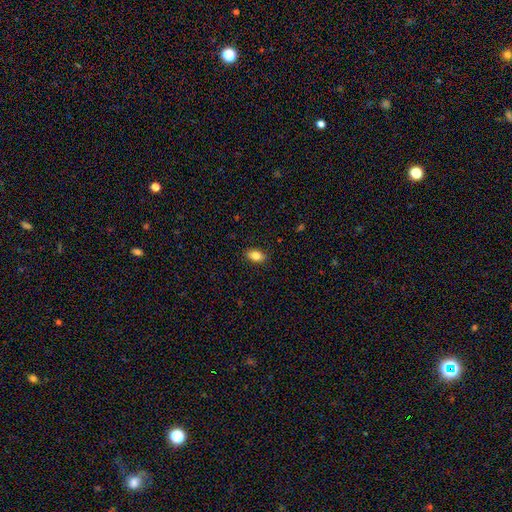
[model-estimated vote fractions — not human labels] smooth_or_featured: smooth (p=0.84) [alt: star or artifact p=0.08]
how_rounded: in between (p=0.89) [alt: round p=0.08]
merging: none (p=0.88) [alt: minor disturbance p=0.09]